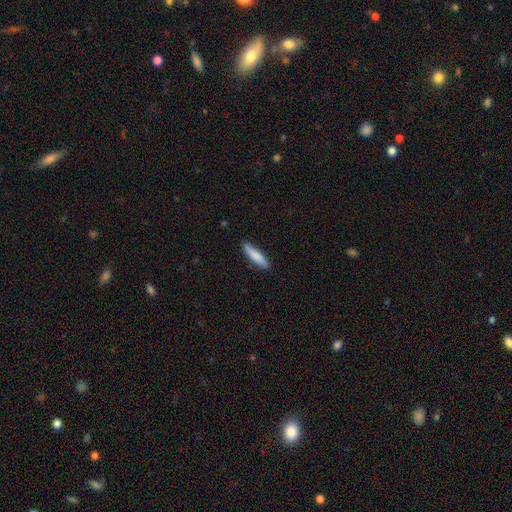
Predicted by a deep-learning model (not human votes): This is clearly a smooth galaxy (81%). How rounded: clearly cigar-shaped (83%). Merging: clearly none (87%).